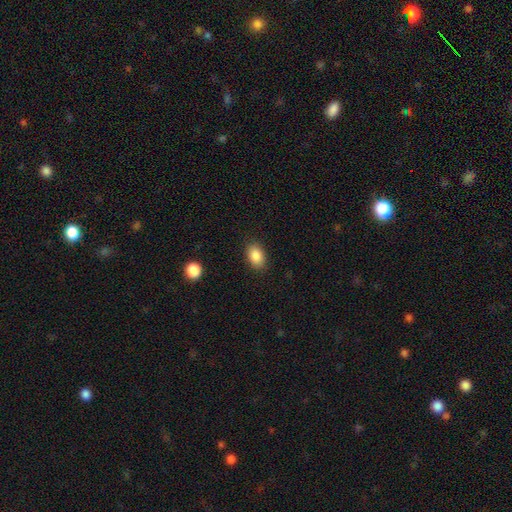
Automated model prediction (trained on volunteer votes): This appears to be a smooth galaxy with no disk features (87%) that is in between round and cigar-shaped (86%). Merging: none (87%).